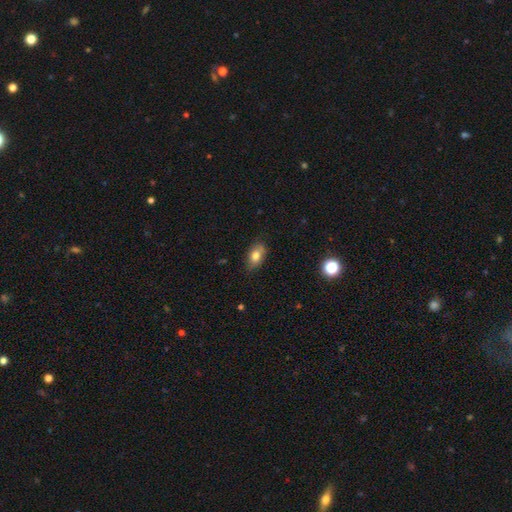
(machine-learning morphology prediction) Smooth or featured?
  - smooth: 76% *
  - featured or disk: 15%
  - star or artifact: 9%
How rounded?
  - in between: 87% *
  - round: 9%
  - cigar-shaped: 4%
Merging?
  - none: 76% *
  - minor disturbance: 20%
  - major disturbance: 3%
  - merger: 1%